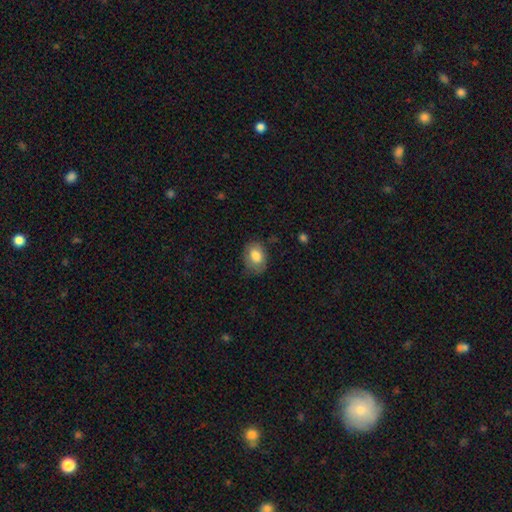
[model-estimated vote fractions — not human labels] This is likely a smooth galaxy (79%). How rounded: likely in between (68%). Merging: likely none (66%).